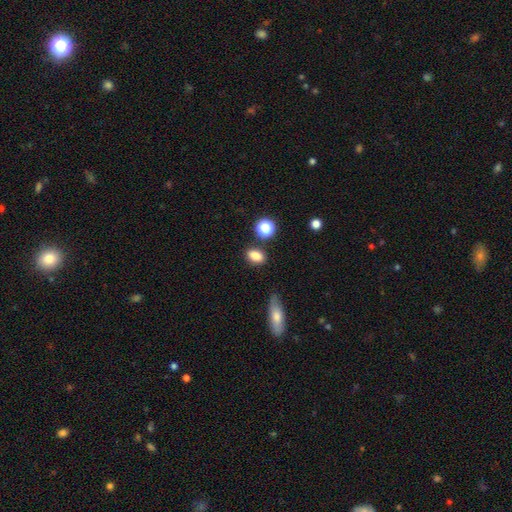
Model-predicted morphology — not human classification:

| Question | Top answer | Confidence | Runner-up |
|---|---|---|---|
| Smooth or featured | smooth | 83% | star or artifact (11%) |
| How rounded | in between | 76% | round (21%) |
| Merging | none | 81% | minor disturbance (11%) |